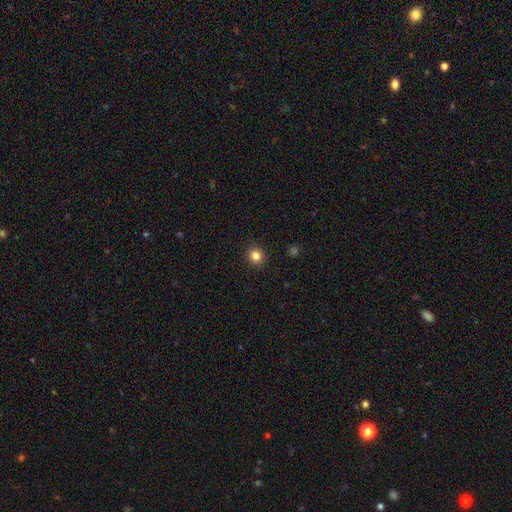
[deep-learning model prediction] Overall: smooth (83%). How rounded: round (91%). Merging: none (93%).